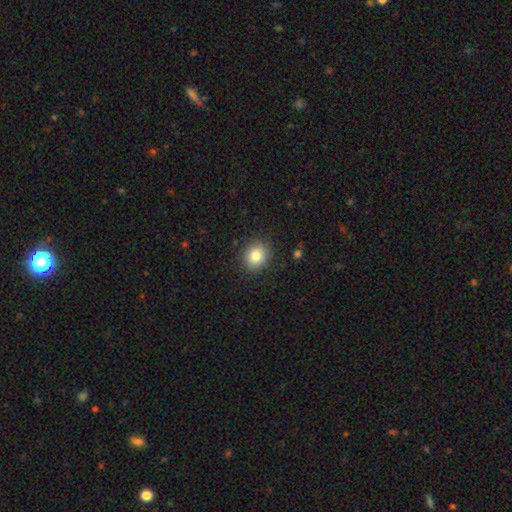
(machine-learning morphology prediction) smooth 83%, star or artifact 10%, featured or disk 8%. Down the decision tree: how rounded — round (69%); merging — none (88%).